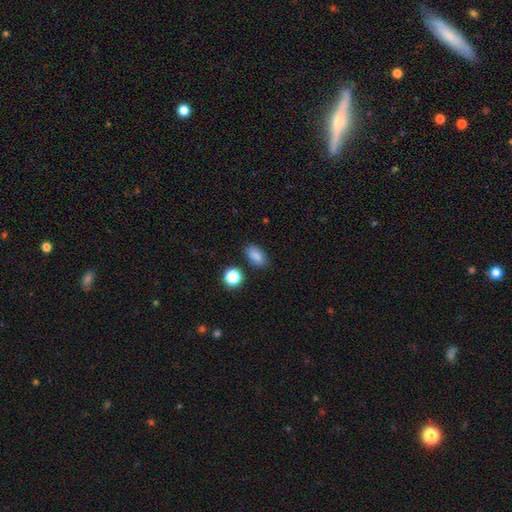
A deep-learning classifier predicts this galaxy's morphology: The model was most divided on "merging": none: 80%, minor disturbance: 13%, merger: 4%, major disturbance: 3%. More confident: how rounded — in between (85%); smooth or featured — smooth (84%).